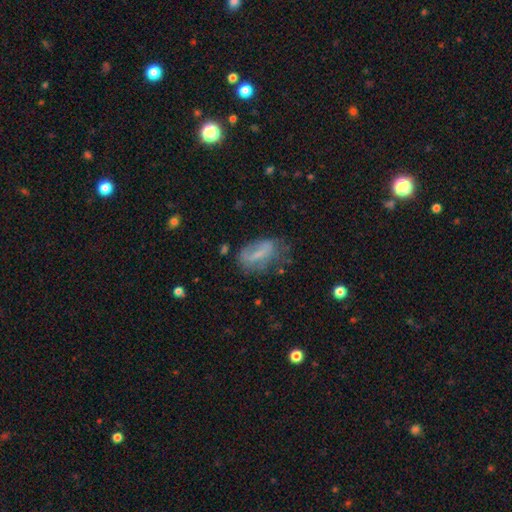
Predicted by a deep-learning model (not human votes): smooth-or-featured: smooth: 54% | featured or disk: 37% | star or artifact: 10%
  how-rounded: in between: 85% | cigar-shaped: 8% | round: 7%
  merging: none: 43% | minor disturbance: 31% | major disturbance: 22% | merger: 4%